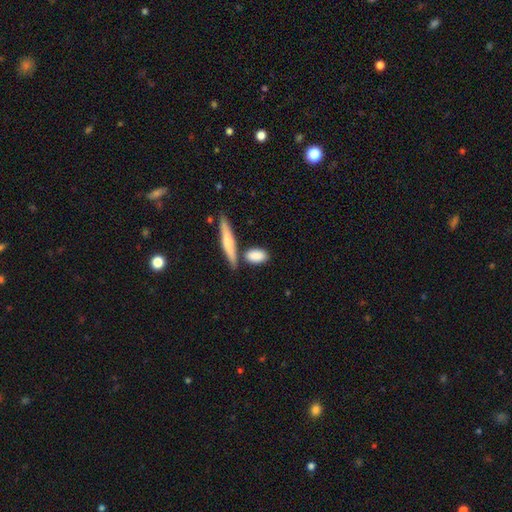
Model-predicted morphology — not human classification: Overall: smooth (83%). How rounded: in between (76%). Merging: none (65%).